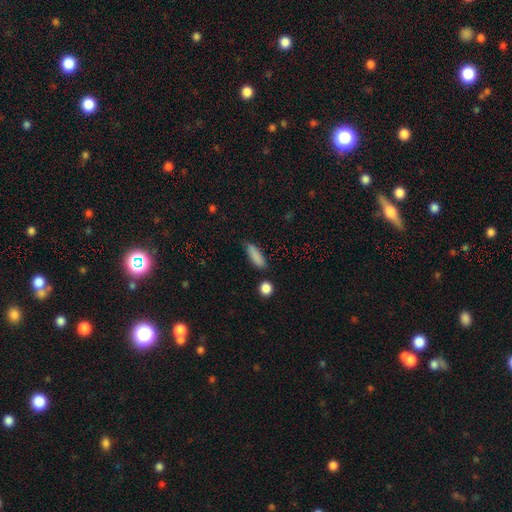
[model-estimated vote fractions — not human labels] Overall: smooth (86%). How rounded: in between (54%; cigar-shaped 43%). Merging: none (75%).